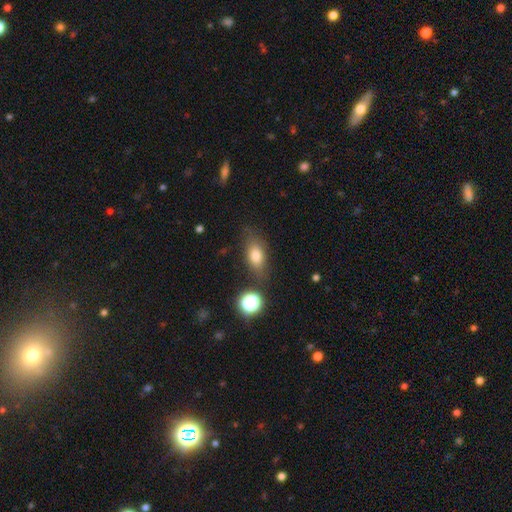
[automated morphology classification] Q: Smooth or featured?
A: smooth (75%); runner-up: featured or disk (14%)
Q: How rounded?
A: in between (79%); runner-up: round (12%)
Q: Merging?
A: none (73%); runner-up: minor disturbance (16%)